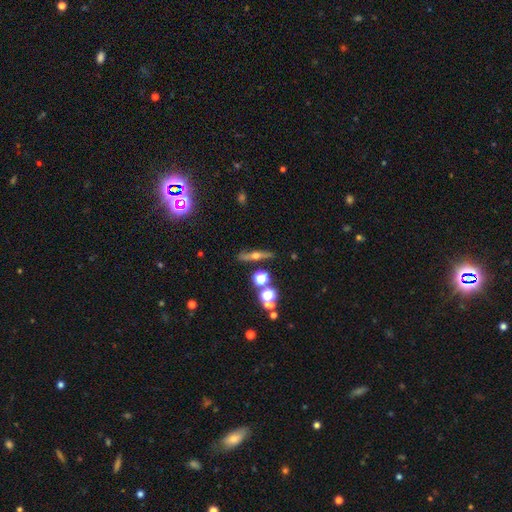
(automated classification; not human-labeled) This is possibly a featured or disk galaxy (60%). It is clearly viewed edge-on (91%). Edge-on bulge: clearly rounded (92%). Merging: clearly none (84%).